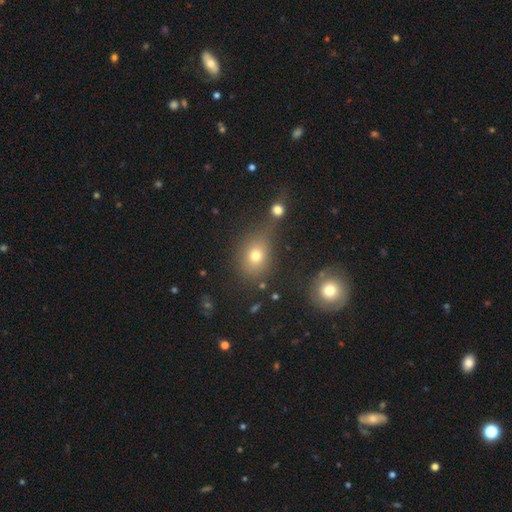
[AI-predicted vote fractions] A smooth galaxy with no disk features (70%) that is round (51%).

Vote fractions:
- Smooth or featured? smooth: 70% / star or artifact: 18% / featured or disk: 12%
- How rounded? round: 51% / in between: 48% / cigar-shaped: 2%
- Merging? none: 58% / merger: 18% / minor disturbance: 15% / major disturbance: 9%